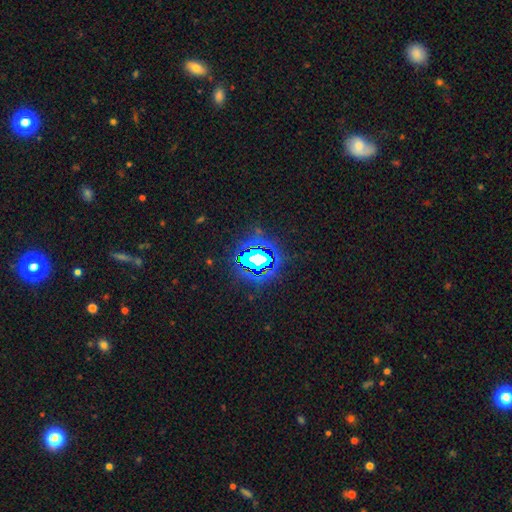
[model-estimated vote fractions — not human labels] A star or artifact, not a galaxy (75%).